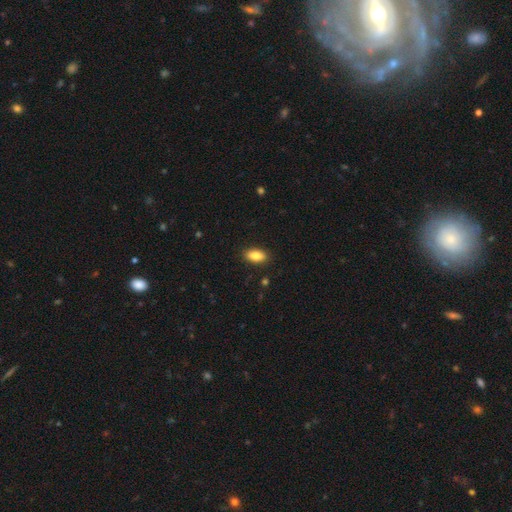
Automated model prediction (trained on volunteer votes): Smooth or featured? Predicted: smooth (p=0.86). How rounded? Predicted: in between (p=0.89). Merging? Predicted: none (p=0.89).